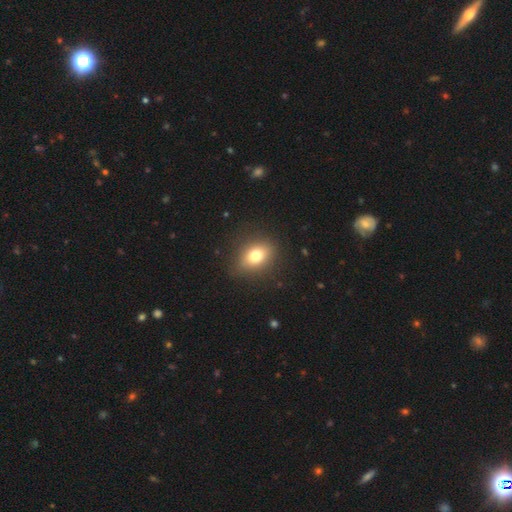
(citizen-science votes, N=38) Overall: smooth (84%). How rounded: round (56%; in between 44%). Merging: none (86%).